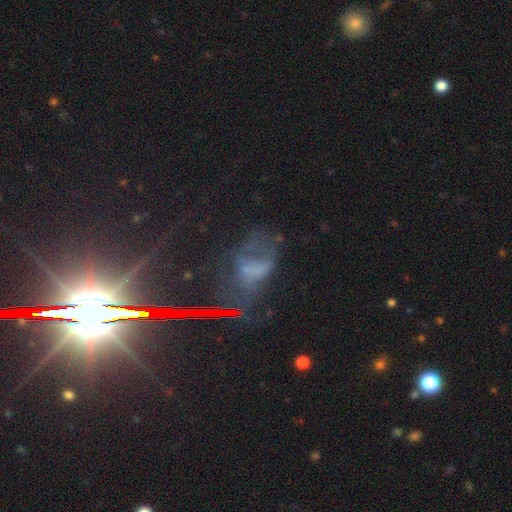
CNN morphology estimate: Smooth or featured? Predicted: featured or disk (p=0.39). Merging? Predicted: major disturbance (p=0.40).